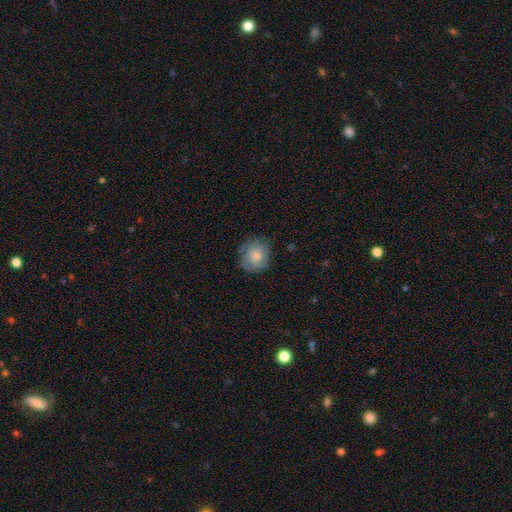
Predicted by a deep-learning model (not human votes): Smooth or featured? Predicted: smooth (p=0.76). How rounded? Predicted: round (p=0.80). Merging? Predicted: none (p=0.75).